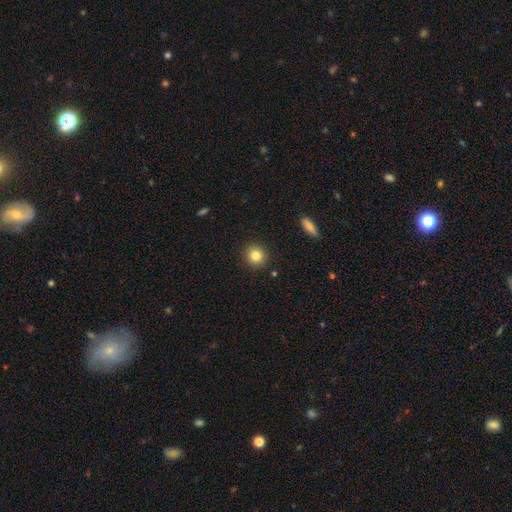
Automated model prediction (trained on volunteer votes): Overall: smooth (83%). How rounded: round (89%). Merging: none (91%).